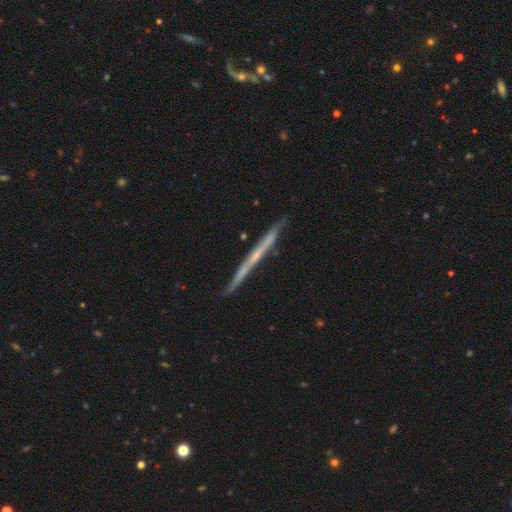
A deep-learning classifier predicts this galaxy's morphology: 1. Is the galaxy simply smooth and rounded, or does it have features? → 65% featured or disk, 29% smooth, 6% star or artifact.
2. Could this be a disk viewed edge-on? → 97% yes, 3% no.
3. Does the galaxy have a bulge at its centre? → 80% none, 16% rounded, 4% boxy.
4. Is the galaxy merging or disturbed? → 87% none, 10% minor disturbance, 2% major disturbance, 2% merger.